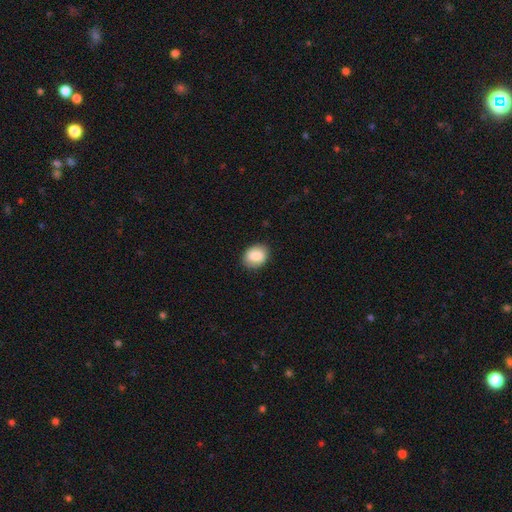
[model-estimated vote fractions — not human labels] smooth-or-featured: smooth: 84% | featured or disk: 9% | star or artifact: 7%
  how-rounded: in between: 63% | round: 36% | cigar-shaped: 1%
  merging: none: 83% | minor disturbance: 13% | major disturbance: 3% | merger: 1%